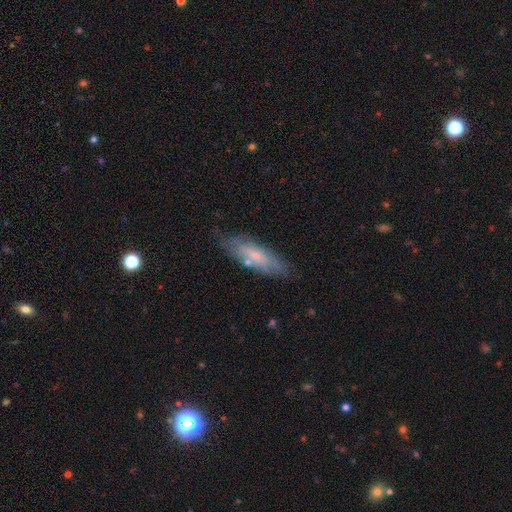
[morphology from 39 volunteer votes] A smooth galaxy with no disk features (46%) that is cigar-shaped (50%).

Vote fractions:
- Smooth or featured? smooth: 46% / featured or disk: 44% / star or artifact: 10%
- How rounded? cigar-shaped: 50% / in between: 44% / round: 6%
- Merging? none: 69% / minor disturbance: 14% / major disturbance: 9% / merger: 9%